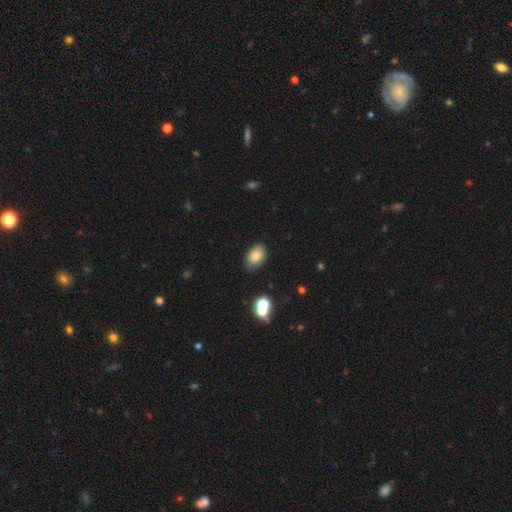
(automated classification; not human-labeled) The model was most divided on "merging": none: 82%, minor disturbance: 13%, major disturbance: 3%, merger: 2%. More confident: how rounded — in between (88%); smooth or featured — smooth (81%).